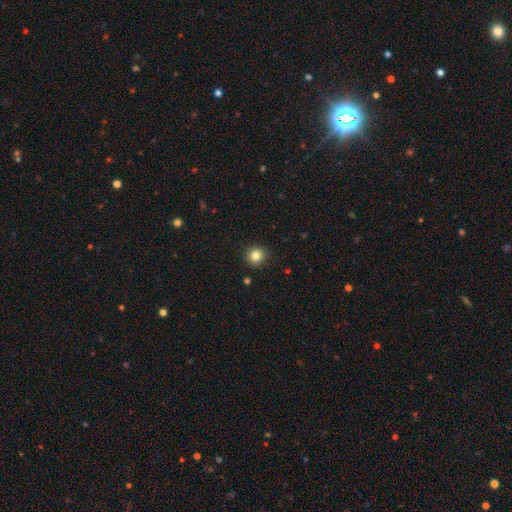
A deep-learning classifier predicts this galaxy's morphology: The model was most divided on "smooth or featured": smooth: 83%, star or artifact: 11%, featured or disk: 6%. More confident: how rounded — round (90%); merging — none (90%).